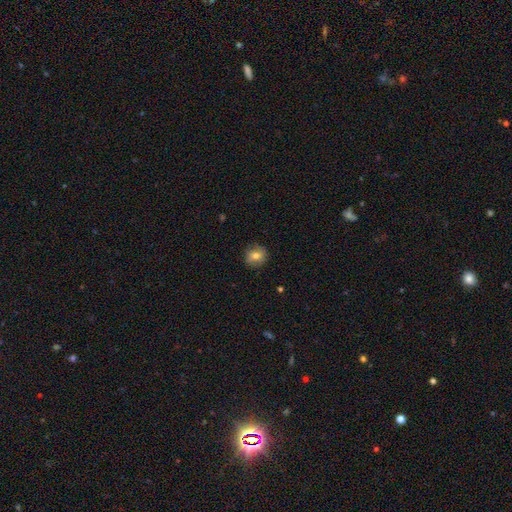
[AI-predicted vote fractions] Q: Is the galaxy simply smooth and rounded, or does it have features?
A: smooth — 76%.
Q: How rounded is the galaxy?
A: round — 86%.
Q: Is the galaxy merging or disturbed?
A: none — 88%.